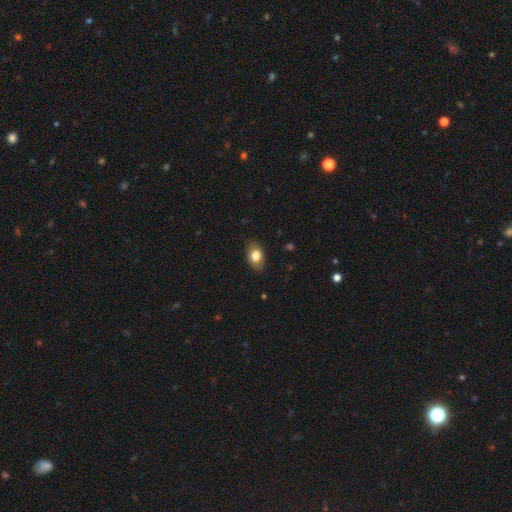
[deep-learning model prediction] A smooth galaxy with no disk features (80%) that is in between round and cigar-shaped (80%).

Vote fractions:
- Smooth or featured? smooth: 80% / featured or disk: 12% / star or artifact: 8%
- How rounded? in between: 80% / round: 18% / cigar-shaped: 2%
- Merging? none: 83% / minor disturbance: 13% / major disturbance: 3% / merger: 1%